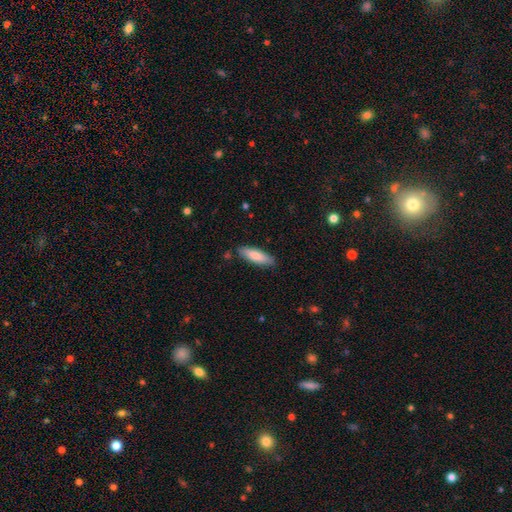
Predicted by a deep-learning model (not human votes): A smooth galaxy with no disk features (81%) that is cigar-shaped (51%). Merging: none (83%).